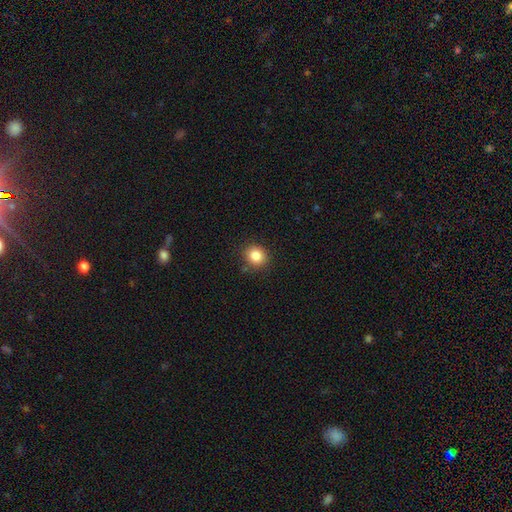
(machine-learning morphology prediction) Smooth or featured? Predicted: smooth (p=0.85). How rounded? Predicted: round (p=0.82). Merging? Predicted: none (p=0.86).